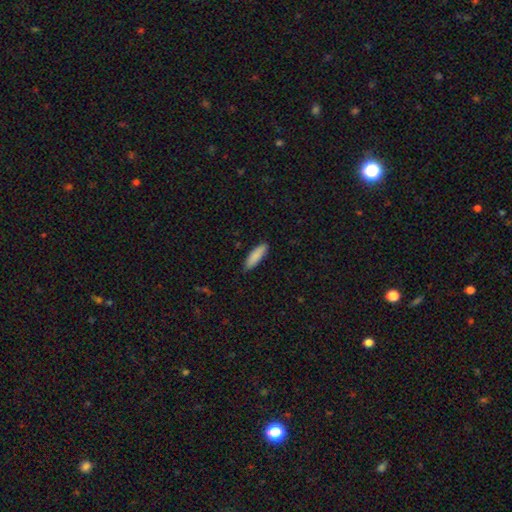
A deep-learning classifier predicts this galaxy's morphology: A smooth galaxy with no disk features (88%) that is cigar-shaped (56%).

Vote fractions:
- Smooth or featured? smooth: 88% / featured or disk: 6% / star or artifact: 6%
- How rounded? cigar-shaped: 56% / in between: 42% / round: 1%
- Merging? none: 85% / minor disturbance: 12% / major disturbance: 2% / merger: 1%